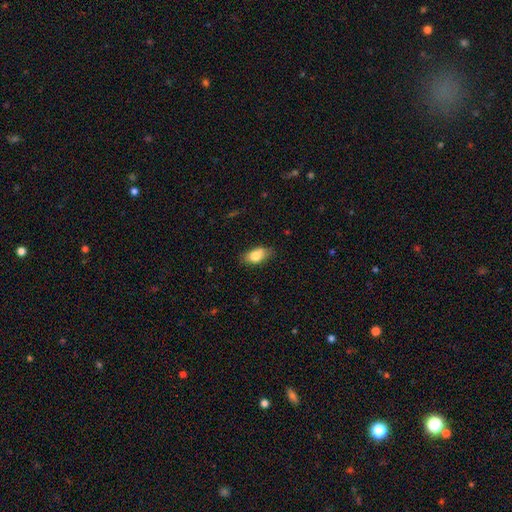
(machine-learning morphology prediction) Smooth or featured?
  - smooth: 78% *
  - featured or disk: 14%
  - star or artifact: 8%
How rounded?
  - in between: 88% *
  - round: 7%
  - cigar-shaped: 5%
Merging?
  - none: 70% *
  - minor disturbance: 23%
  - major disturbance: 4%
  - merger: 3%